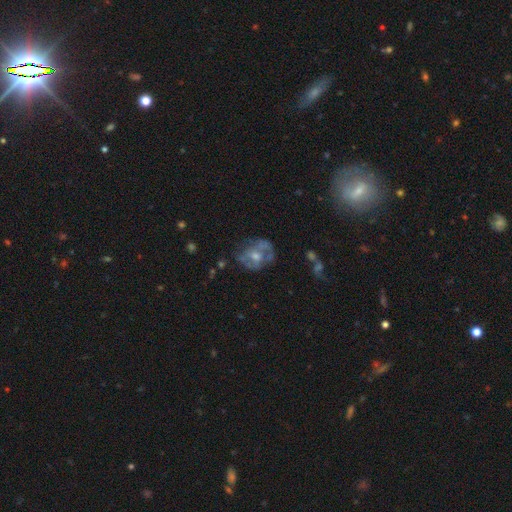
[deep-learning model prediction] Morphology: type=featured or disk (61%); edge-on=no (96%); bar=no (69%); spiral arms=no (58%); bulge=moderate (61%); merging=none (54%).